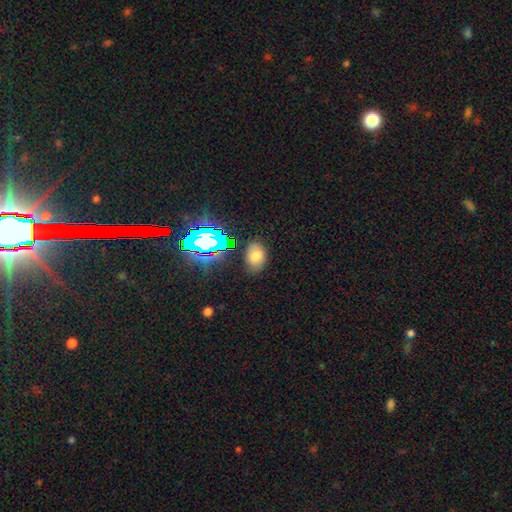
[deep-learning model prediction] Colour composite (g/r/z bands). It shows a smooth galaxy with no disk features (71%) that is in between round and cigar-shaped (81%). Merging: none (80%).